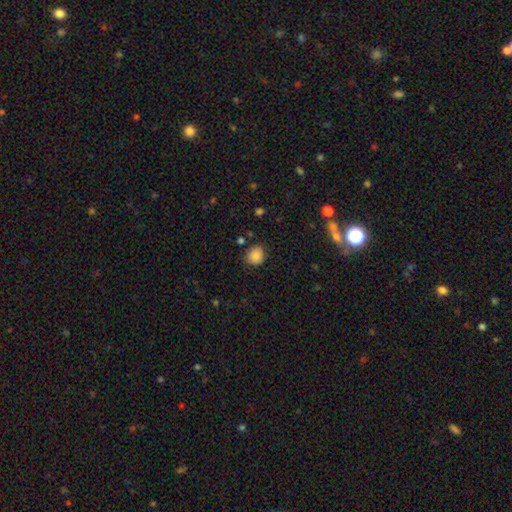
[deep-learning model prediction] This appears to be a smooth galaxy with no disk features (86%) that is round (81%). Merging: none (84%).